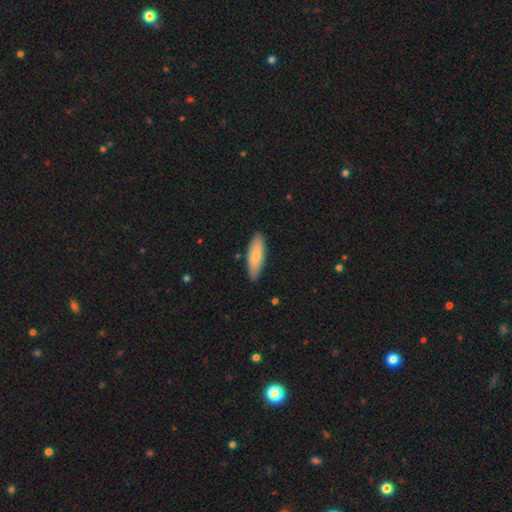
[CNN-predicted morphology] smooth_or_featured: smooth (p=0.75) [alt: featured or disk p=0.20]
how_rounded: in between (p=0.55) [alt: cigar-shaped p=0.43]
merging: none (p=0.87) [alt: minor disturbance p=0.10]